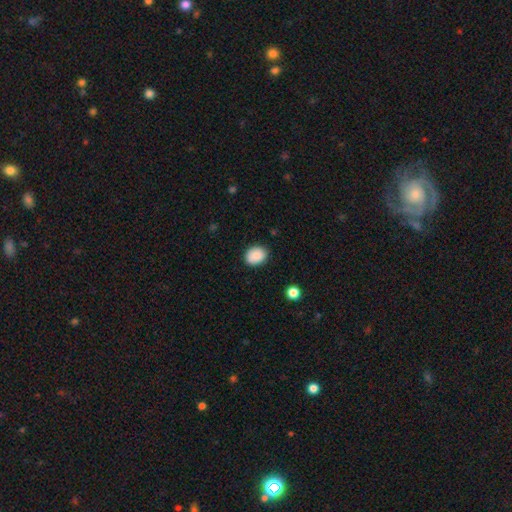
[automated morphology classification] smooth_or_featured: smooth (p=0.87) [alt: star or artifact p=0.08]
how_rounded: in between (p=0.52) [alt: round p=0.48]
merging: none (p=0.85) [alt: minor disturbance p=0.11]